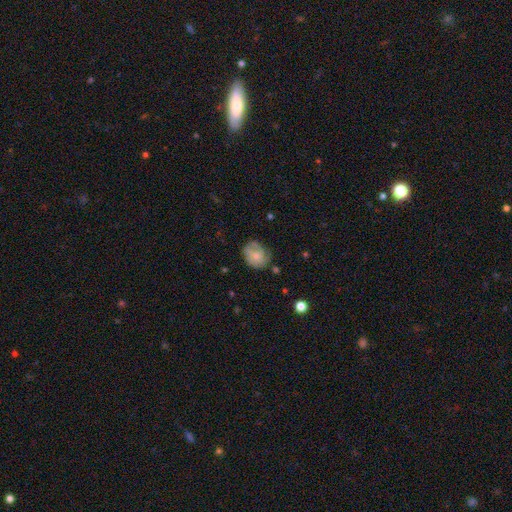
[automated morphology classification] A smooth galaxy with no disk features (53%) that is round (57%).

Vote fractions:
- Smooth or featured? smooth: 53% / featured or disk: 39% / star or artifact: 8%
- How rounded? round: 57% / in between: 42% / cigar-shaped: 1%
- Merging? none: 56% / minor disturbance: 29% / major disturbance: 13% / merger: 2%